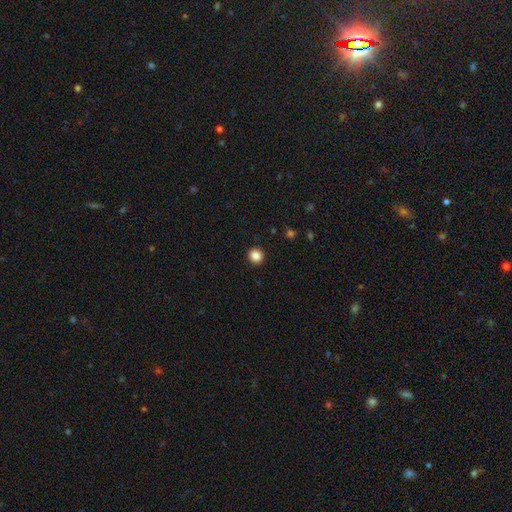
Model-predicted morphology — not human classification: smooth-or-featured: smooth: 86% | star or artifact: 11% | featured or disk: 3%
  how-rounded: round: 92% | in between: 7% | cigar-shaped: 1%
  merging: none: 93% | minor disturbance: 5% | major disturbance: 2% | merger: 1%